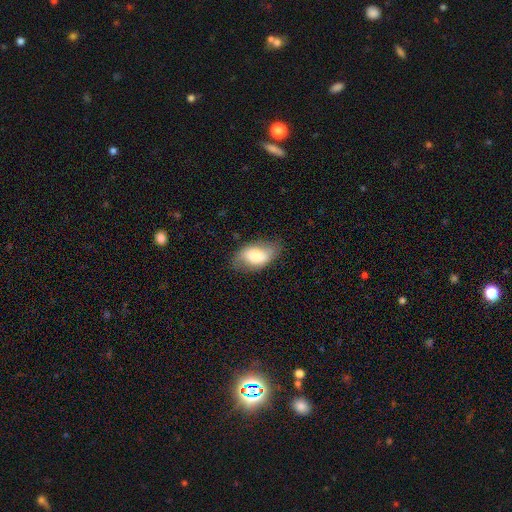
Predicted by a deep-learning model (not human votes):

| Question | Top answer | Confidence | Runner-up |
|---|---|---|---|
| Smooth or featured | smooth | 68% | featured or disk (26%) |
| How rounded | in between | 91% | round (7%) |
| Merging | none | 70% | minor disturbance (23%) |